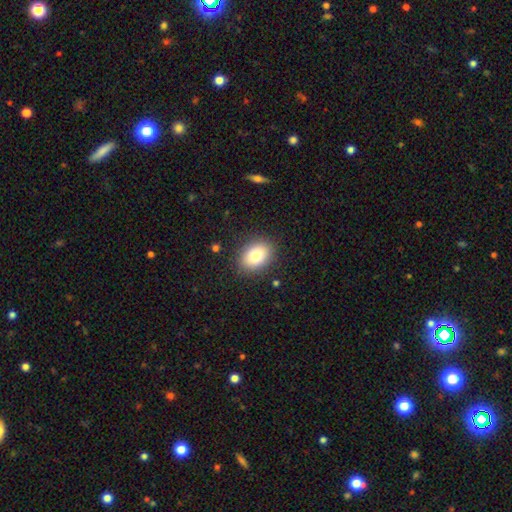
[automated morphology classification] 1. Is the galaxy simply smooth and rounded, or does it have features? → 79% smooth, 12% featured or disk, 9% star or artifact.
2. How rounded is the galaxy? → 69% in between, 30% round, 1% cigar-shaped.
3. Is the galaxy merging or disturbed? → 87% none, 9% minor disturbance, 3% major disturbance, 1% merger.